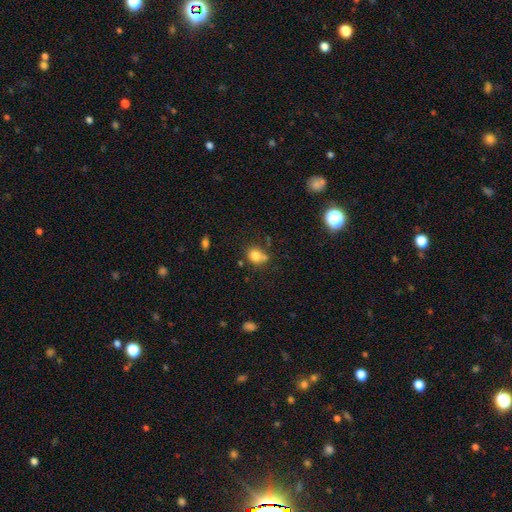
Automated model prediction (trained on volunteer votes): Smooth or featured? Predicted: smooth (p=0.79). How rounded? Predicted: round (p=0.62). Merging? Predicted: none (p=0.51).